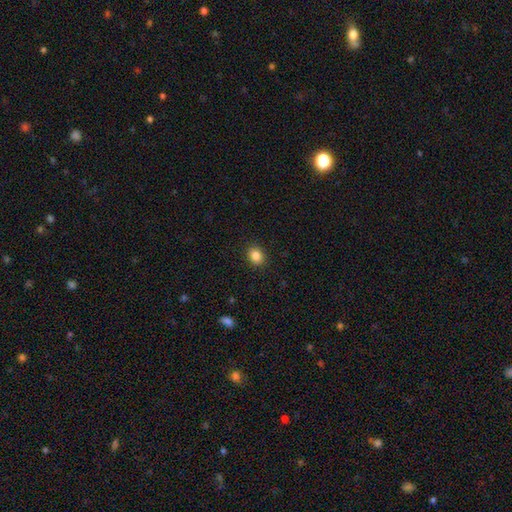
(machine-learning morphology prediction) smooth_or_featured: smooth (p=0.85) [alt: star or artifact p=0.10]
how_rounded: round (p=0.54) [alt: in between p=0.45]
merging: none (p=0.90) [alt: minor disturbance p=0.07]